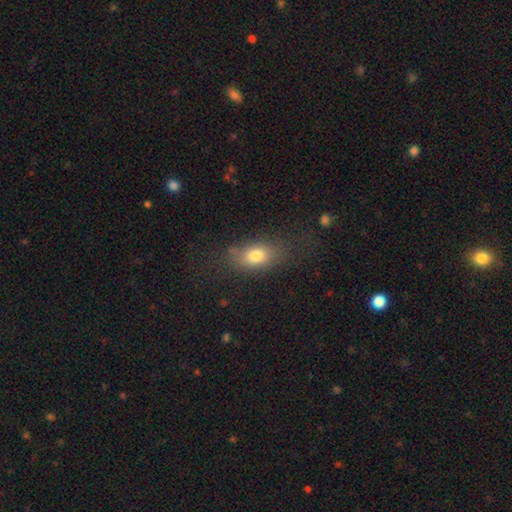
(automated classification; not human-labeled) Morphology: type=smooth (77%); roundness=in between (80%); merging=none (70%).